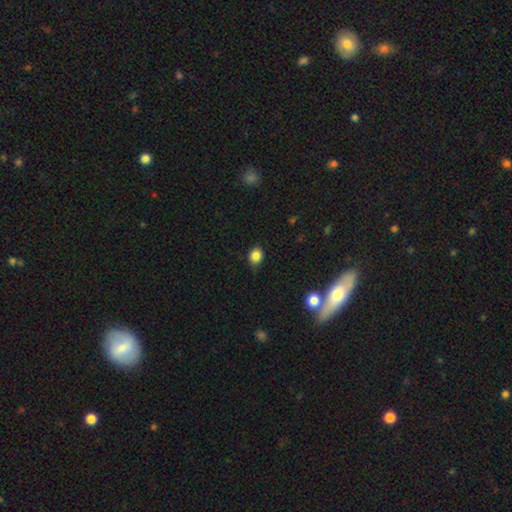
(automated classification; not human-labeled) Overall: smooth (85%). How rounded: round (56%; in between 43%). Merging: none (81%).